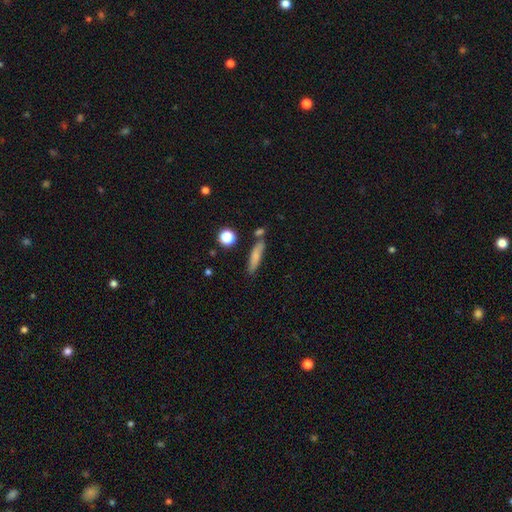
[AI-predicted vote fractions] A smooth galaxy with no disk features (73%) that is cigar-shaped (78%). Merging: none (71%).